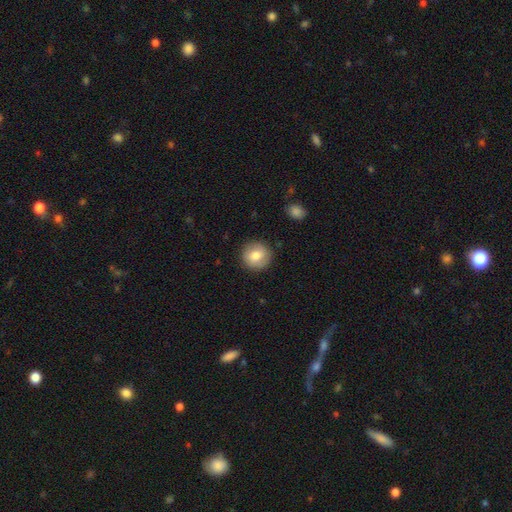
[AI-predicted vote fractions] A smooth galaxy with no disk features (74%) that is round (93%).

Vote fractions:
- Smooth or featured? smooth: 74% / featured or disk: 18% / star or artifact: 8%
- How rounded? round: 93% / in between: 6% / cigar-shaped: 1%
- Merging? none: 88% / minor disturbance: 9% / major disturbance: 2% / merger: 1%